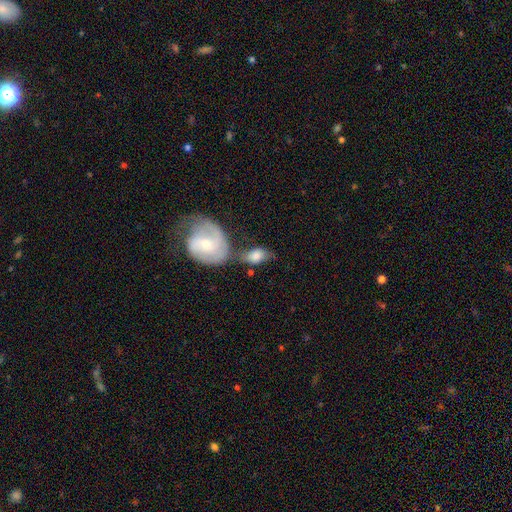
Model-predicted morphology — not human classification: A smooth galaxy with no disk features (60%) that is in between round and cigar-shaped (85%).

Vote fractions:
- Smooth or featured? smooth: 60% / featured or disk: 33% / star or artifact: 7%
- How rounded? in between: 85% / round: 12% / cigar-shaped: 3%
- Merging? merger: 38% / none: 33% / minor disturbance: 18% / major disturbance: 11%